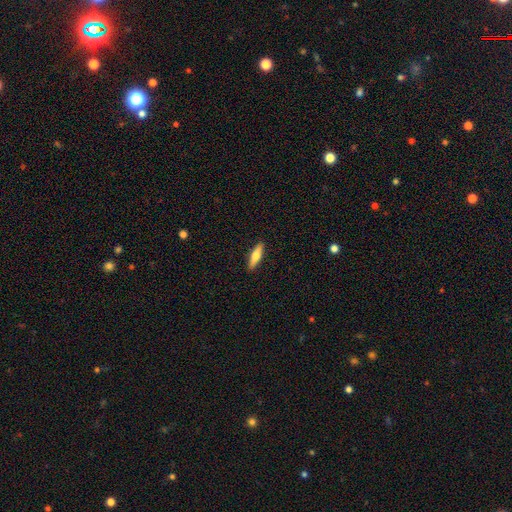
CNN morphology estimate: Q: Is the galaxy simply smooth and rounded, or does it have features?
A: smooth — 57%.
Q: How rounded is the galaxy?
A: cigar-shaped — 68%.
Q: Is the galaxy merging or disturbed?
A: none — 91%.